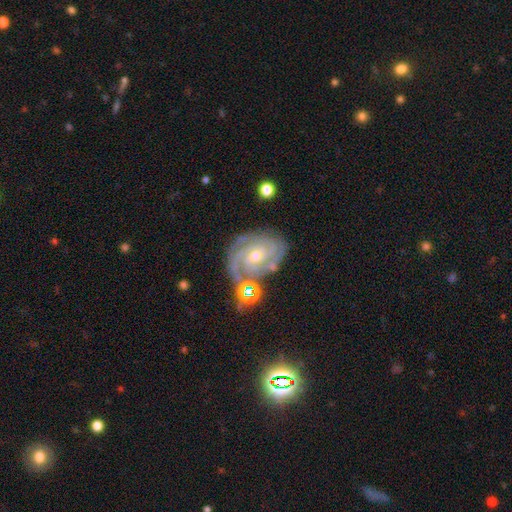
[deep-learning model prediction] A featured or disk galaxy (89%) with no bar (64%), 3 (35%) tight (75%) spiral arms (98%) and a small central bulge (53%). Merging: none (71%).